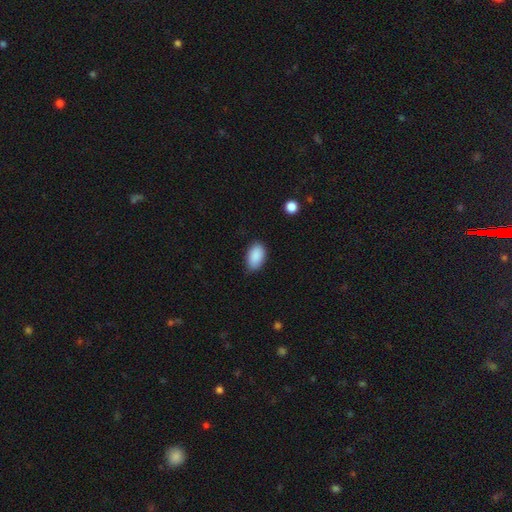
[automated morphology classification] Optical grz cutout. It shows a smooth galaxy with no disk features (90%) that is in between round and cigar-shaped (94%). Merging: none (80%).